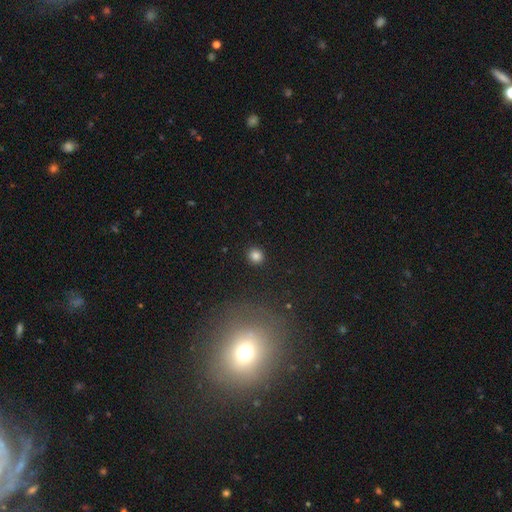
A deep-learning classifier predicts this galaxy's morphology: A smooth galaxy with no disk features (83%) that is round (90%).

Vote fractions:
- Smooth or featured? smooth: 83% / star or artifact: 12% / featured or disk: 5%
- How rounded? round: 90% / in between: 9% / cigar-shaped: 1%
- Merging? none: 92% / minor disturbance: 5% / major disturbance: 2% / merger: 1%